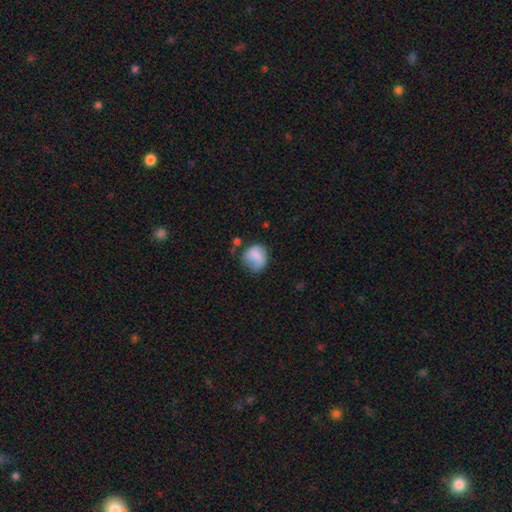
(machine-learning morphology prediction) Smooth or featured: smooth — 78% (featured or disk — 14%)
How rounded: round — 73% (in between — 26%)
Merging: none — 48% (minor disturbance — 30%)